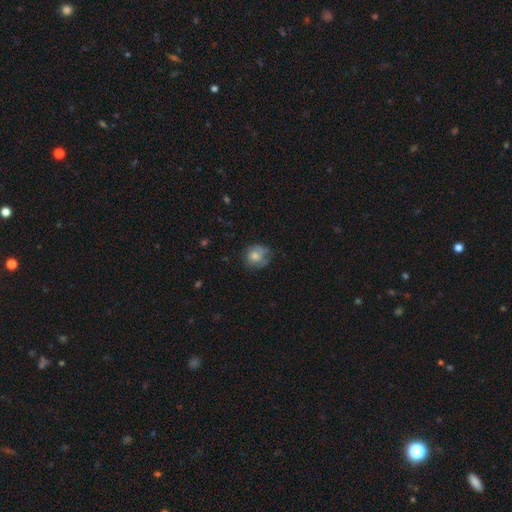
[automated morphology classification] smooth_or_featured: smooth (p=0.63) [alt: featured or disk p=0.27]
how_rounded: round (p=0.74) [alt: in between p=0.25]
merging: none (p=0.51) [alt: minor disturbance p=0.29]